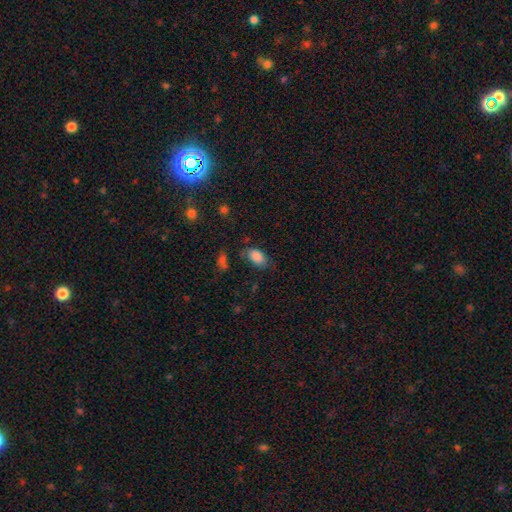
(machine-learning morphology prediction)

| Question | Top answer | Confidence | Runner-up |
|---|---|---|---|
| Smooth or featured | smooth | 85% | star or artifact (8%) |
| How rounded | in between | 92% | round (6%) |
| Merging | none | 67% | minor disturbance (23%) |